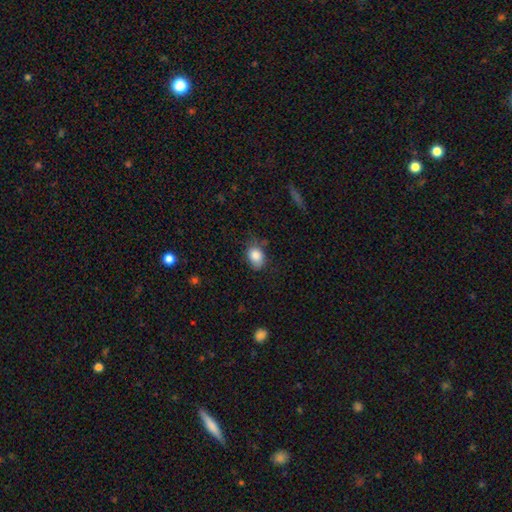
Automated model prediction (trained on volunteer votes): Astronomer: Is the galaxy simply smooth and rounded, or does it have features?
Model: smooth — 84%.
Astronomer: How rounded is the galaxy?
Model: in between — 70%.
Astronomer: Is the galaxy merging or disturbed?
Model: none — 62%.